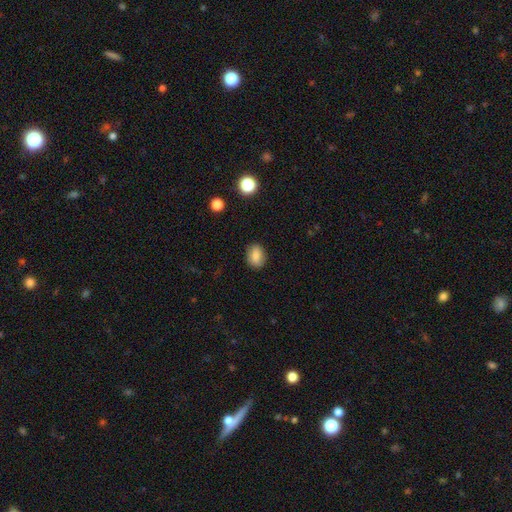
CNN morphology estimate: This is clearly a smooth galaxy (84%). How rounded: likely in between (70%). Merging: clearly none (85%).